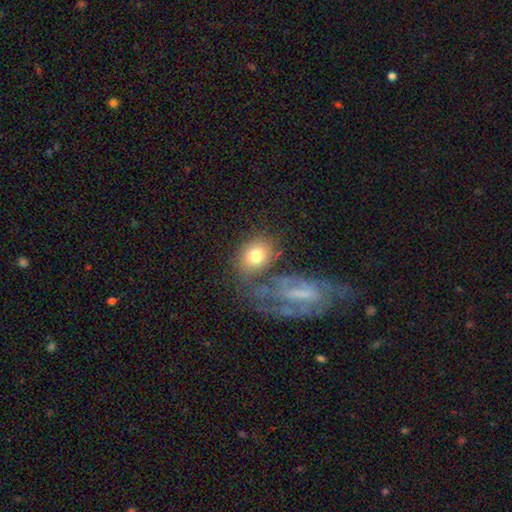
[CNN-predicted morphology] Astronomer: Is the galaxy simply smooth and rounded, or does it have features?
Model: smooth — 68%.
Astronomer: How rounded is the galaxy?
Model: in between — 49%, tied with round at 49%.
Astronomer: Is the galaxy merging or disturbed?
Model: none — 50%.